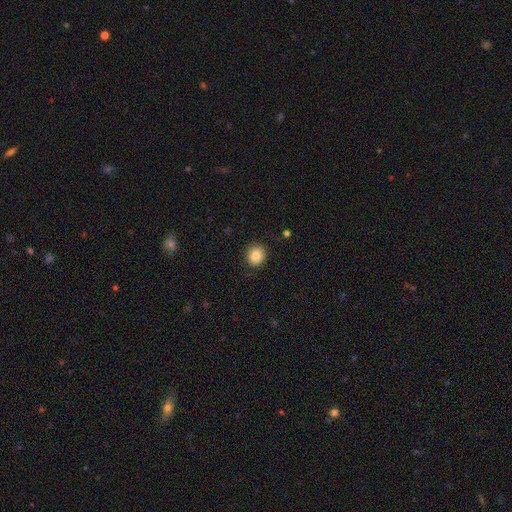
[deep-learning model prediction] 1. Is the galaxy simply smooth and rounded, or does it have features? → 85% smooth, 10% star or artifact, 6% featured or disk.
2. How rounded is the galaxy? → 85% round, 14% in between, 1% cigar-shaped.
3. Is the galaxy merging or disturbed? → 88% none, 9% minor disturbance, 2% major disturbance, 1% merger.